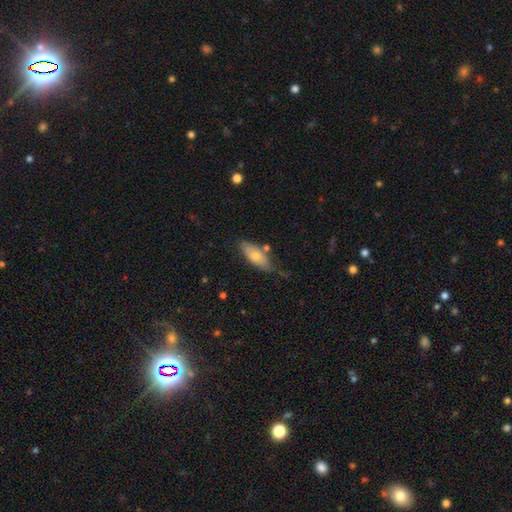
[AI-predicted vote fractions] A smooth galaxy with no disk features (70%) that is in between round and cigar-shaped (80%).

Vote fractions:
- Smooth or featured? smooth: 70% / featured or disk: 24% / star or artifact: 6%
- How rounded? in between: 80% / cigar-shaped: 17% / round: 2%
- Merging? none: 61% / minor disturbance: 26% / merger: 8% / major disturbance: 6%